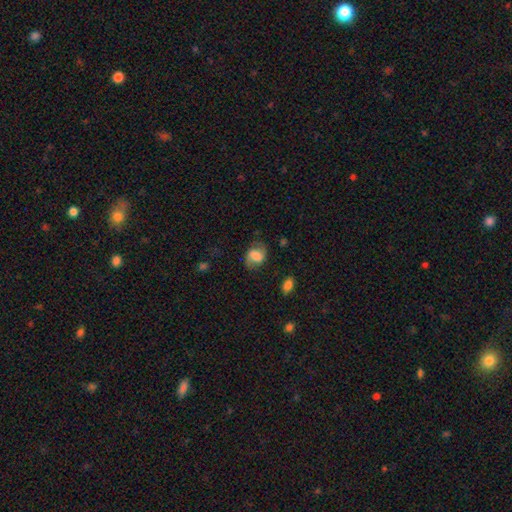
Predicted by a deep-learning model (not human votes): Smooth or featured? Predicted: smooth (p=0.55). How rounded? Predicted: in between (p=0.68). Merging? Predicted: none (p=0.68).